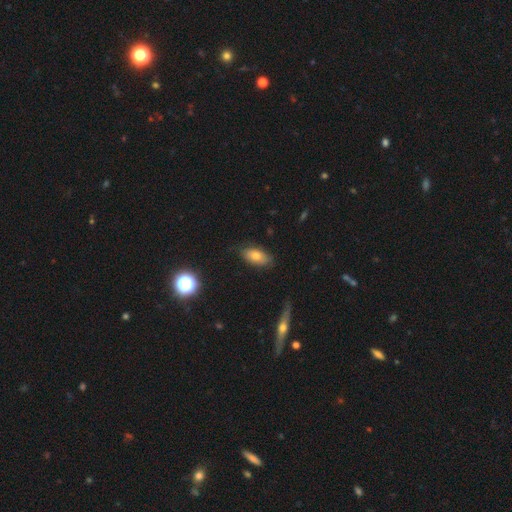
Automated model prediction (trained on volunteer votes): This is likely a smooth galaxy (74%). How rounded: clearly in between (88%). Merging: likely none (77%).